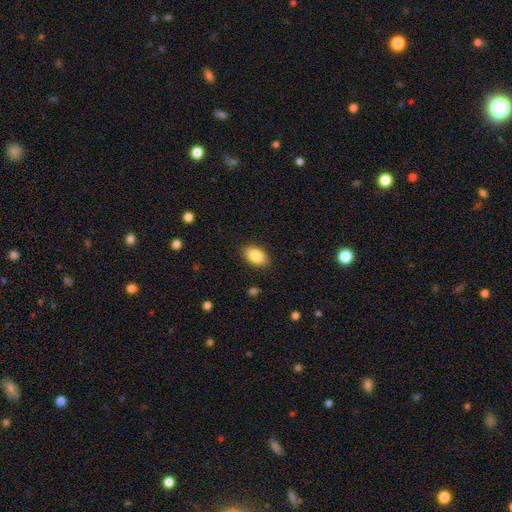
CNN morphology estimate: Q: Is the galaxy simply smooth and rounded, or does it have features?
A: smooth — 87%.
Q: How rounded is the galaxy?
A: in between — 91%.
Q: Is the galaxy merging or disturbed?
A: none — 88%.